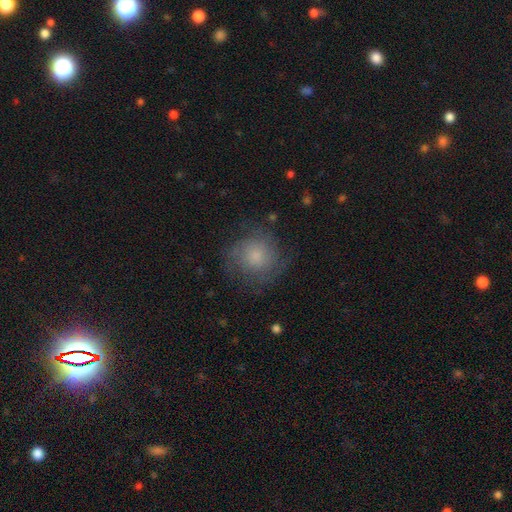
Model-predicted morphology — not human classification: Smooth or featured? Predicted: smooth (p=0.63). How rounded? Predicted: round (p=0.89). Merging? Predicted: none (p=0.67).